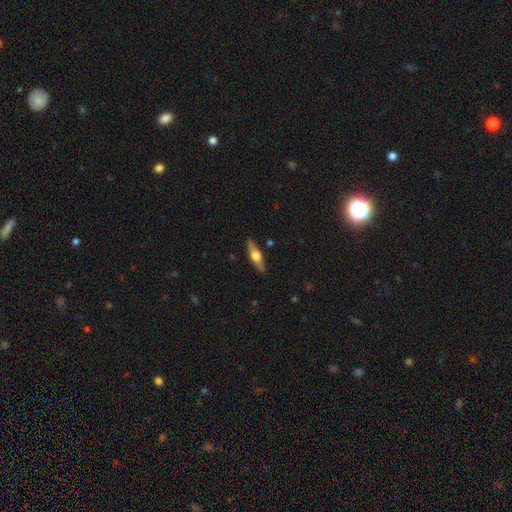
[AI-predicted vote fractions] featured or disk 57%, smooth 38%, star or artifact 6%. Down the decision tree: edge-on disk — yes (93%); edge-on bulge — rounded (93%); merging — none (89%).